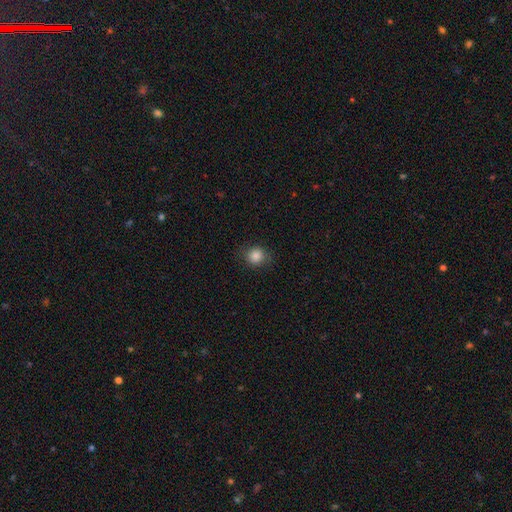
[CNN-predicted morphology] This is clearly a smooth galaxy (86%). How rounded: clearly round (87%). Merging: clearly none (85%).